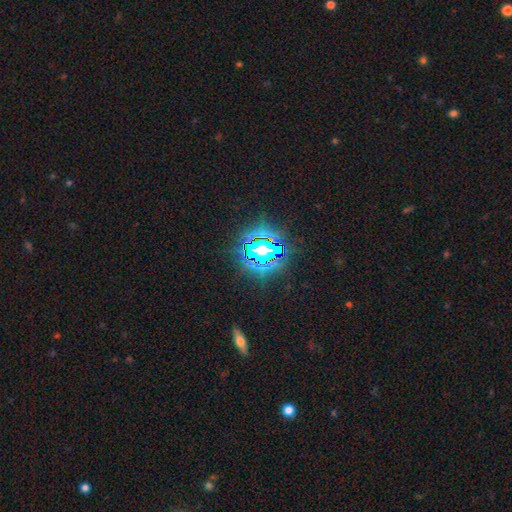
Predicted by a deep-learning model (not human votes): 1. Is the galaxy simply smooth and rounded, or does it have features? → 79% star or artifact, 13% smooth, 8% featured or disk.